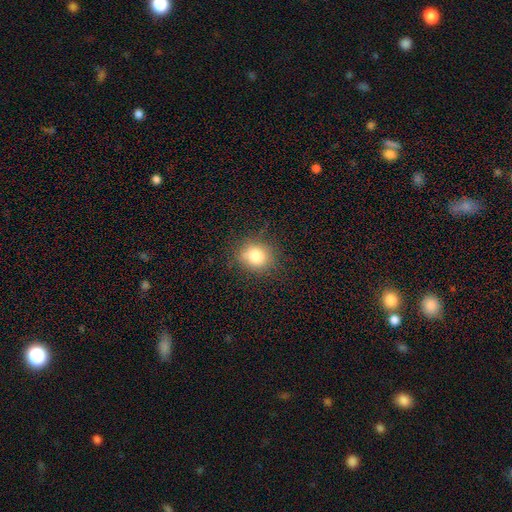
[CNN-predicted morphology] This is likely a smooth galaxy (79%). How rounded: likely round (78%). Merging: clearly none (81%).